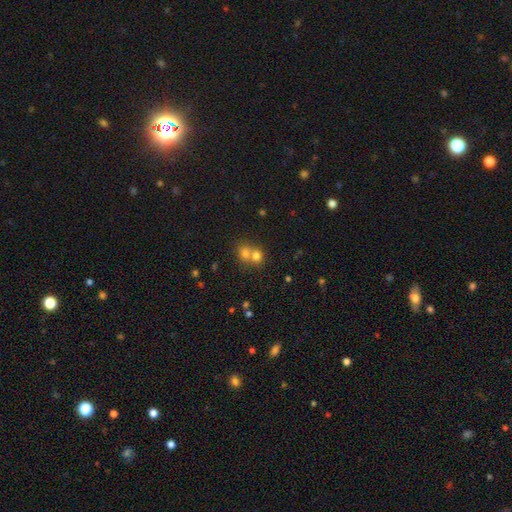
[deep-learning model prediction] Q: Smooth or featured?
A: smooth (73%); runner-up: featured or disk (14%)
Q: How rounded?
A: round (75%); runner-up: in between (24%)
Q: Merging?
A: merger (62%); runner-up: none (31%)